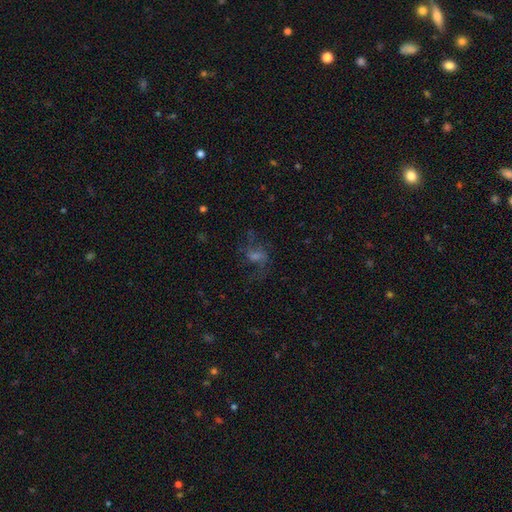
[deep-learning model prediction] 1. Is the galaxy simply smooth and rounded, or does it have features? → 44% featured or disk, 31% star or artifact, 24% smooth.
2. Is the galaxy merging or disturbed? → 60% none, 21% major disturbance, 16% minor disturbance, 3% merger.